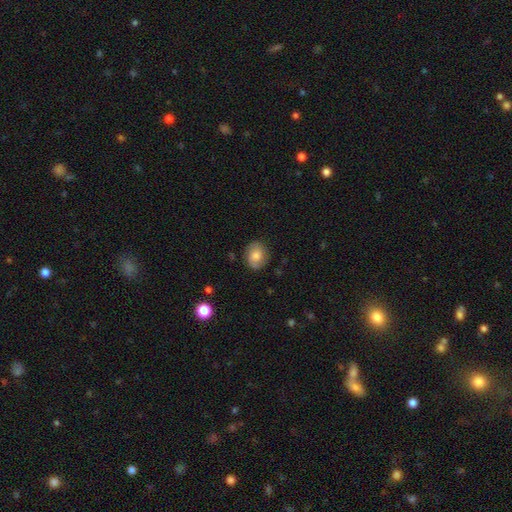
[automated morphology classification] Smooth or featured?
  - smooth: 65% *
  - featured or disk: 26%
  - star or artifact: 9%
How rounded?
  - round: 59% *
  - in between: 40%
  - cigar-shaped: 1%
Merging?
  - none: 81% *
  - minor disturbance: 14%
  - major disturbance: 4%
  - merger: 1%